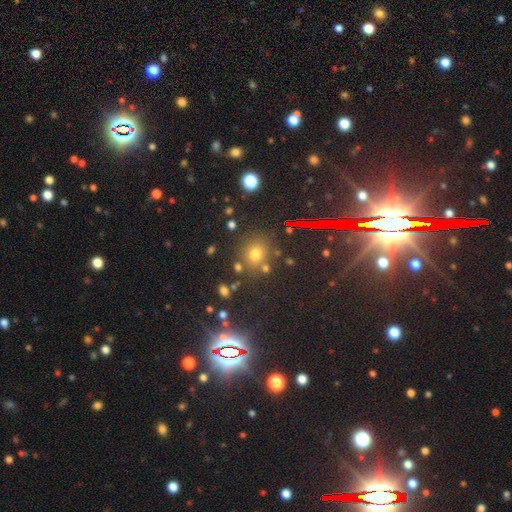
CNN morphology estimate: This appears to be a star or artifact, not a galaxy (47%).